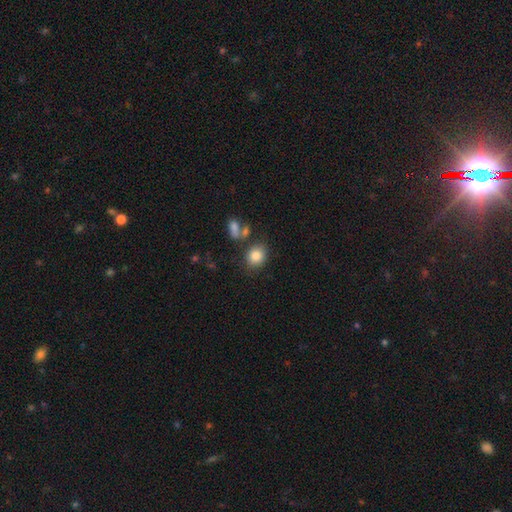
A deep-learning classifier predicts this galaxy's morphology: Smooth or featured?
  - smooth: 84% *
  - star or artifact: 10%
  - featured or disk: 7%
How rounded?
  - round: 60% *
  - in between: 39%
  - cigar-shaped: 1%
Merging?
  - none: 75% *
  - minor disturbance: 12%
  - merger: 9%
  - major disturbance: 4%